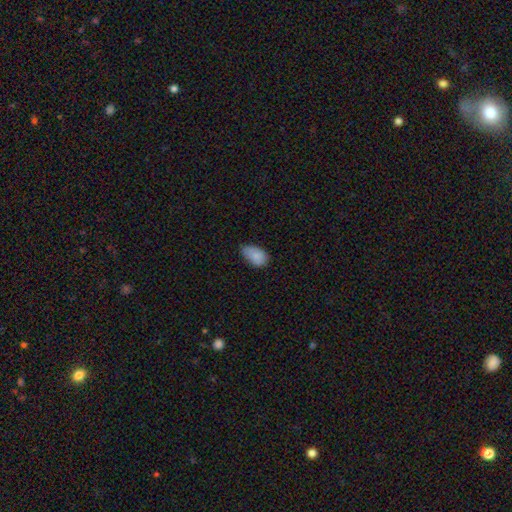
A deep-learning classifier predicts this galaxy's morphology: smooth_or_featured: smooth (p=0.85) [alt: star or artifact p=0.08]
how_rounded: in between (p=0.90) [alt: round p=0.08]
merging: minor disturbance (p=0.45) [alt: none p=0.44]